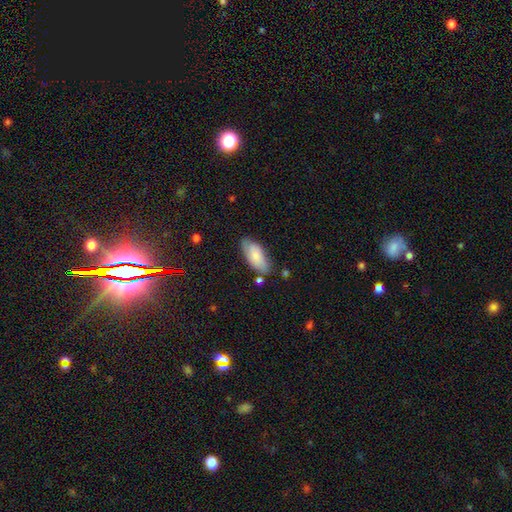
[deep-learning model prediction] smooth-or-featured: smooth: 75% | featured or disk: 18% | star or artifact: 6%
  how-rounded: in between: 87% | cigar-shaped: 11% | round: 2%
  merging: none: 72% | minor disturbance: 21% | major disturbance: 4% | merger: 4%